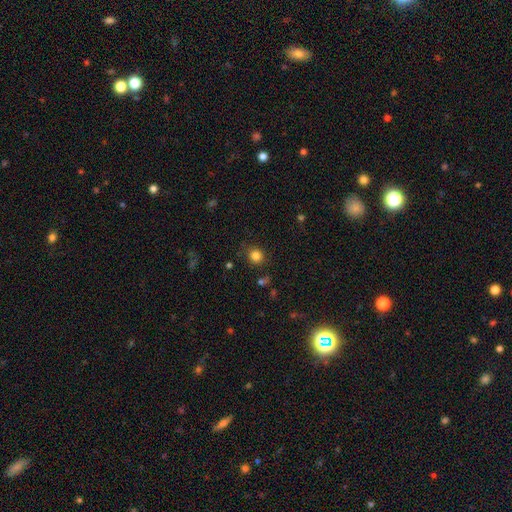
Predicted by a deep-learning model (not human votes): Smooth or featured: smooth — 82% (star or artifact — 13%)
How rounded: round — 88% (in between — 12%)
Merging: none — 85% (minor disturbance — 9%)